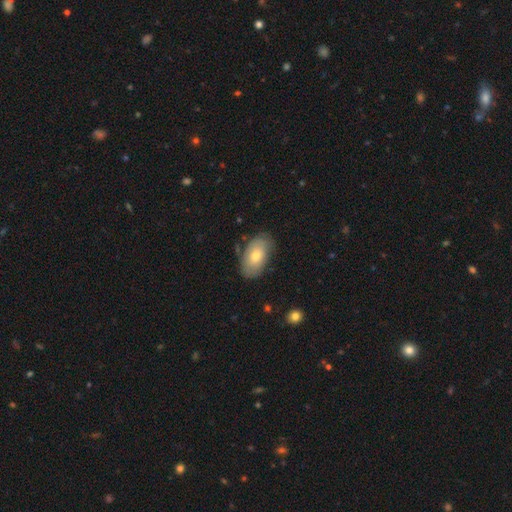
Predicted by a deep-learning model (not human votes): Smooth or featured? Predicted: smooth (p=0.64). How rounded? Predicted: in between (p=0.94). Merging? Predicted: none (p=0.74).